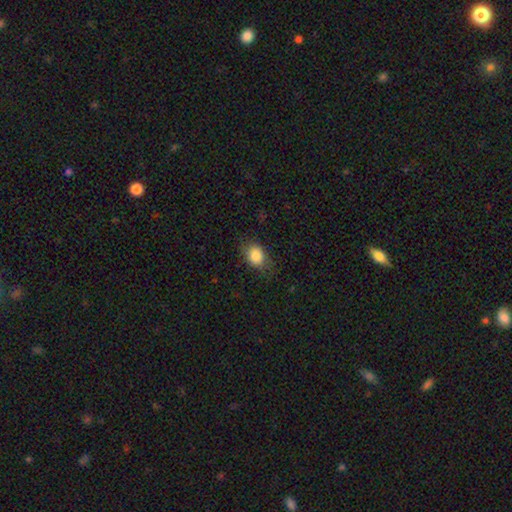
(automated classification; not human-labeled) The model was most divided on "how rounded": in between: 59%, round: 40%, cigar-shaped: 1%. More confident: smooth or featured — smooth (85%); merging — none (76%).